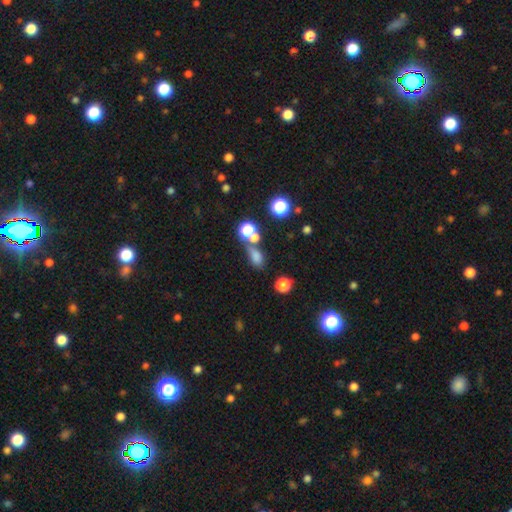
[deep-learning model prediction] Smooth or featured?
  - smooth: 69% *
  - star or artifact: 21%
  - featured or disk: 10%
How rounded?
  - in between: 65% *
  - round: 28%
  - cigar-shaped: 7%
Merging?
  - none: 45% *
  - merger: 30%
  - minor disturbance: 15%
  - major disturbance: 10%